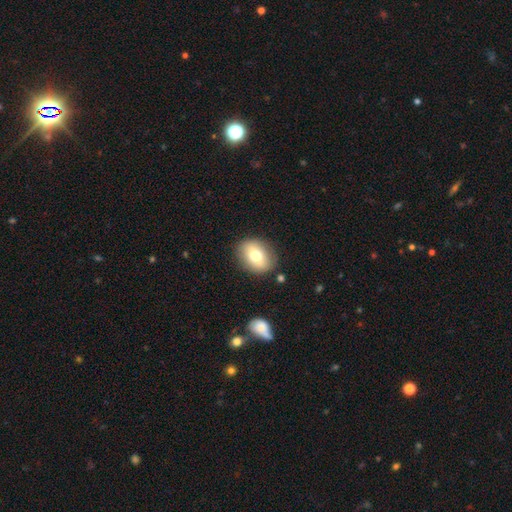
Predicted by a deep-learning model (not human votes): Smooth or featured? smooth (71%)
How rounded? in between (64%)
Merging? none (84%)